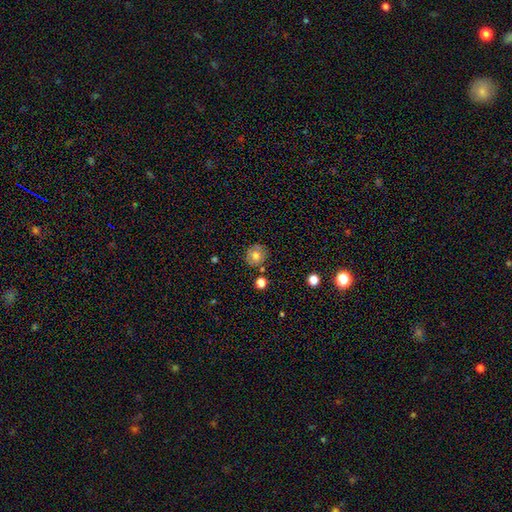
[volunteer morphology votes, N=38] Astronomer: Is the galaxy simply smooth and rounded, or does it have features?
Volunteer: smooth — 76%.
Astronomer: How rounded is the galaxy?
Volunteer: round — 90%.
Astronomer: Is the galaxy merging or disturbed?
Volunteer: none — 80%.